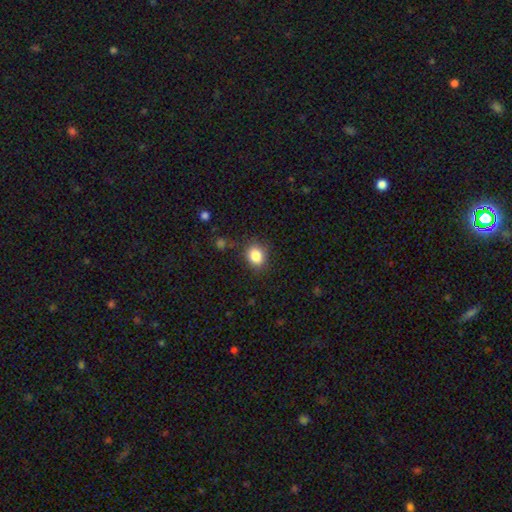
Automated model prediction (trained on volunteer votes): Smooth or featured? smooth (85%)
How rounded? round (54%)
Merging? none (82%)